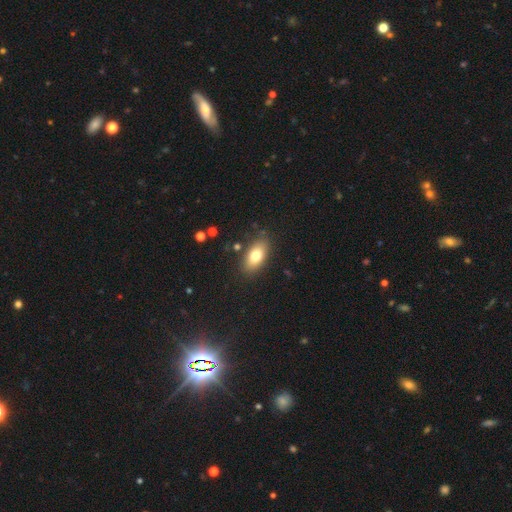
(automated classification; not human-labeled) Smooth or featured?
  - smooth: 77% *
  - featured or disk: 15%
  - star or artifact: 8%
How rounded?
  - in between: 88% *
  - cigar-shaped: 6%
  - round: 5%
Merging?
  - none: 83% *
  - minor disturbance: 11%
  - major disturbance: 3%
  - merger: 2%